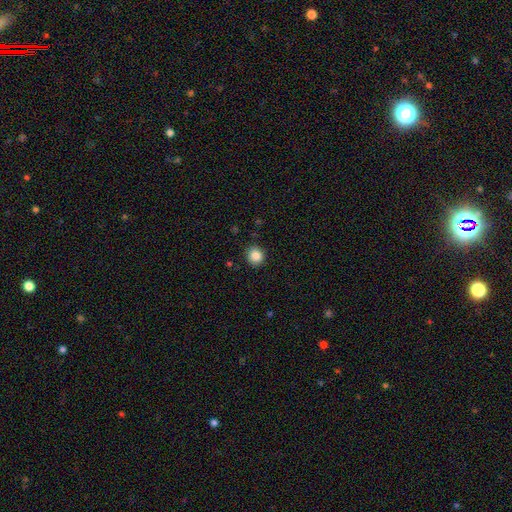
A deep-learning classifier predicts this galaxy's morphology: A smooth galaxy with no disk features (86%) that is round (89%). Merging: none (89%).